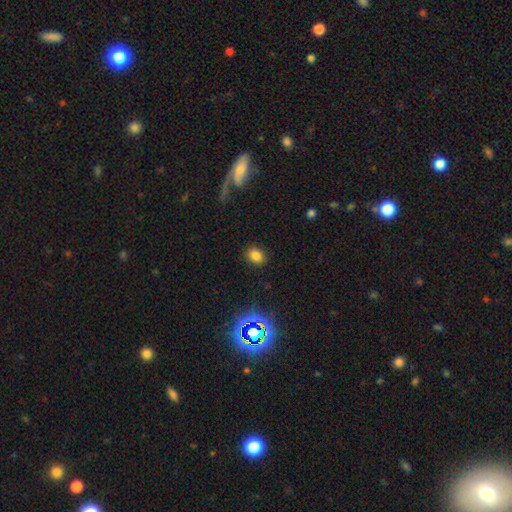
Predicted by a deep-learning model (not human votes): Overall: smooth (78%). How rounded: in between (55%; round 44%). Merging: none (88%).